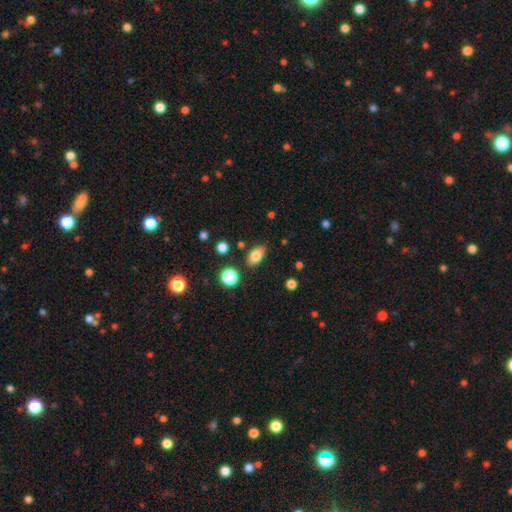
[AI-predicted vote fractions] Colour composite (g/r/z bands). It shows a smooth galaxy with no disk features (80%) that is in between round and cigar-shaped (87%). Merging: none (82%).